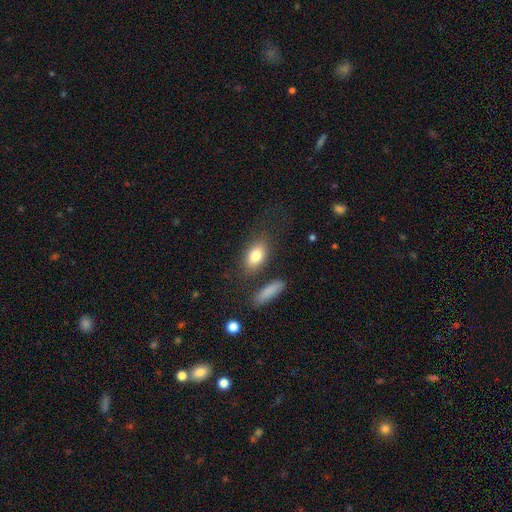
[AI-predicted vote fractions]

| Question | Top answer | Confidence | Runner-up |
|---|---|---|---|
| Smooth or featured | smooth | 80% | featured or disk (12%) |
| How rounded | in between | 83% | round (12%) |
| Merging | none | 76% | minor disturbance (12%) |